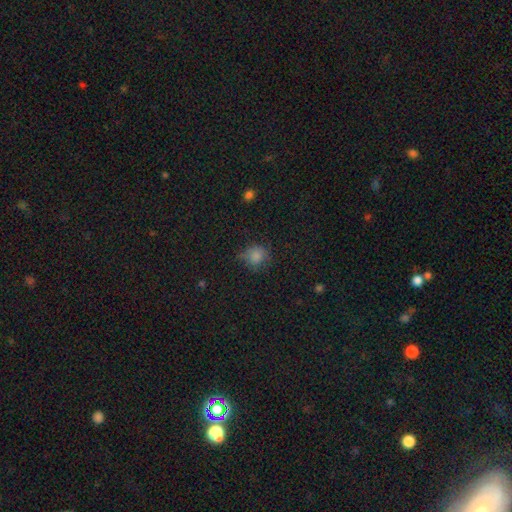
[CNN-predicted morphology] A smooth galaxy with no disk features (80%) that is round (84%). Merging: none (65%).